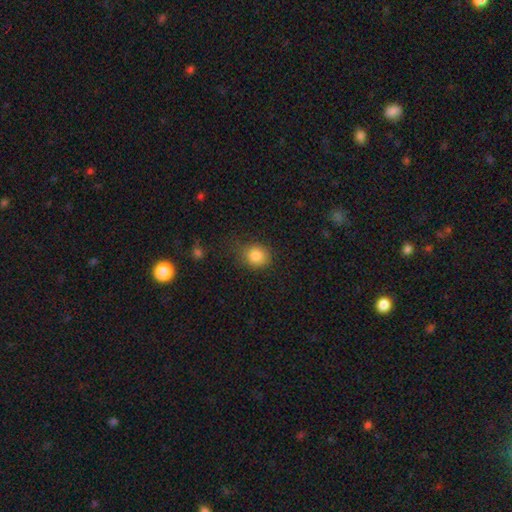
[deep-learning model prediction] This appears to be a smooth galaxy with no disk features (84%) that is round (77%). Merging: none (72%).